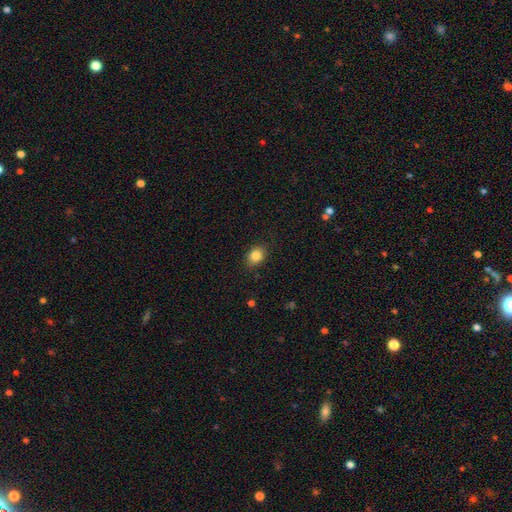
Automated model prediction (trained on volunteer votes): Smooth or featured?
  - smooth: 85% *
  - star or artifact: 9%
  - featured or disk: 6%
How rounded?
  - in between: 58% *
  - round: 41%
  - cigar-shaped: 1%
Merging?
  - none: 86% *
  - minor disturbance: 11%
  - major disturbance: 3%
  - merger: 1%